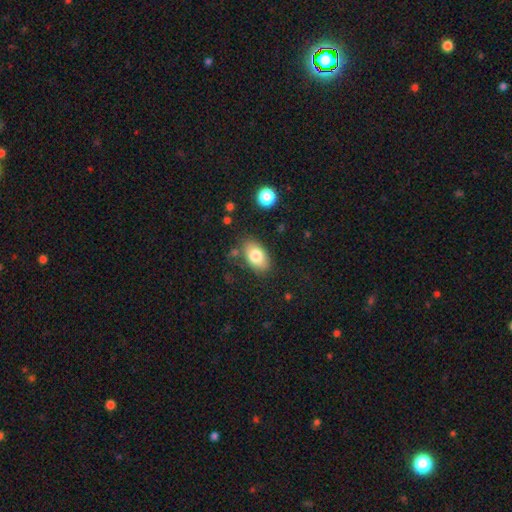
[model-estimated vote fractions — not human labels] smooth 80%, featured or disk 13%, star or artifact 8%. Down the decision tree: how rounded — in between (90%); merging — none (79%).